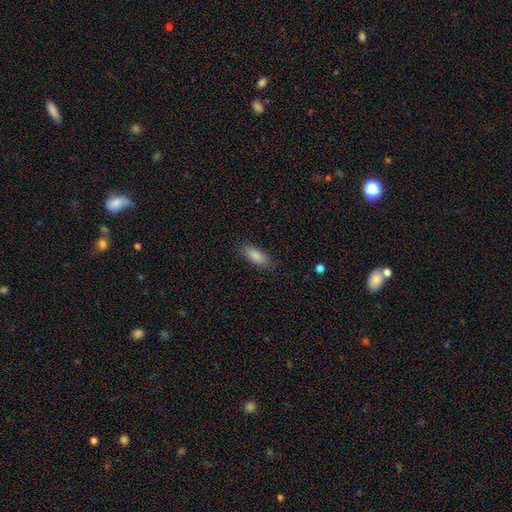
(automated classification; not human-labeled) smooth-or-featured: smooth: 87% | featured or disk: 7% | star or artifact: 6%
  how-rounded: in between: 73% | cigar-shaped: 25% | round: 2%
  merging: none: 84% | minor disturbance: 12% | major disturbance: 3% | merger: 1%